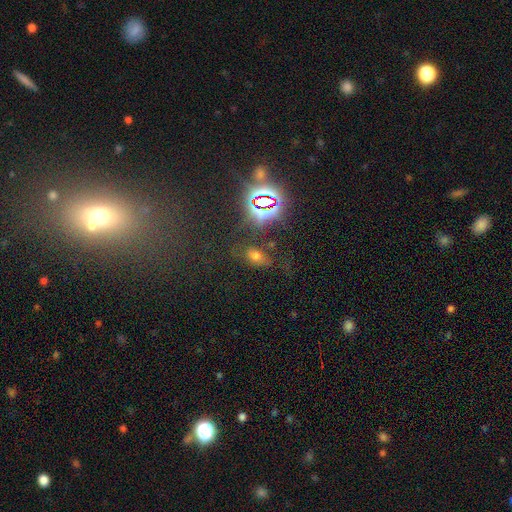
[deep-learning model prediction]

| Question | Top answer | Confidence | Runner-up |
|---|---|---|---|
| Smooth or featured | smooth | 52% | star or artifact (36%) |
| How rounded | in between | 85% | round (10%) |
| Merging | none | 69% | minor disturbance (16%) |